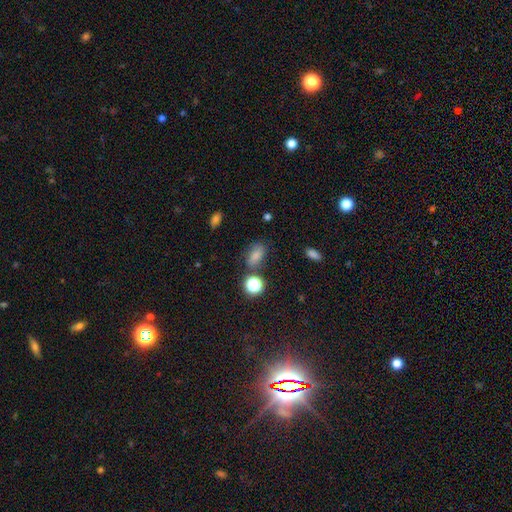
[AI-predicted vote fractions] This is likely a smooth galaxy (75%). How rounded: clearly in between (81%). Merging: likely none (65%).